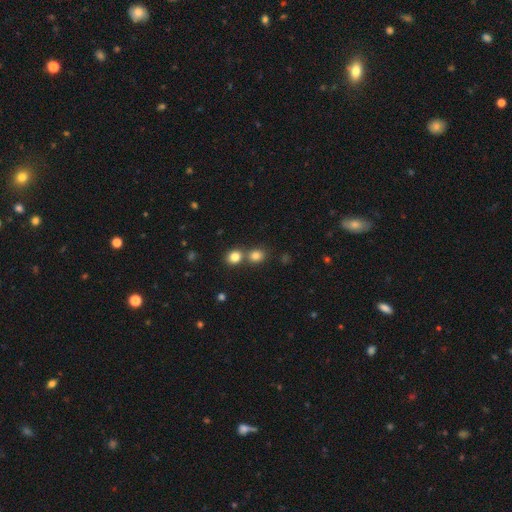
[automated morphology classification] Smooth or featured?
  - smooth: 81% *
  - star or artifact: 13%
  - featured or disk: 6%
How rounded?
  - round: 73% *
  - in between: 26%
  - cigar-shaped: 1%
Merging?
  - none: 54% *
  - merger: 37%
  - minor disturbance: 7%
  - major disturbance: 3%